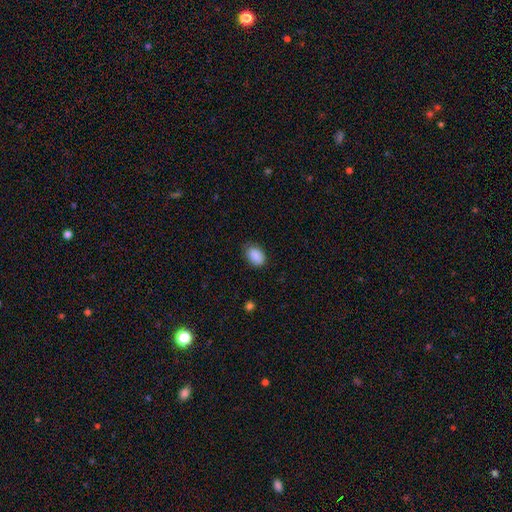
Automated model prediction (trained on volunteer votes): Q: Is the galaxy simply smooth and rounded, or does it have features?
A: smooth — 89%.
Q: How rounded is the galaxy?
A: in between — 86%.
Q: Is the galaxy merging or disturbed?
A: none — 75%.